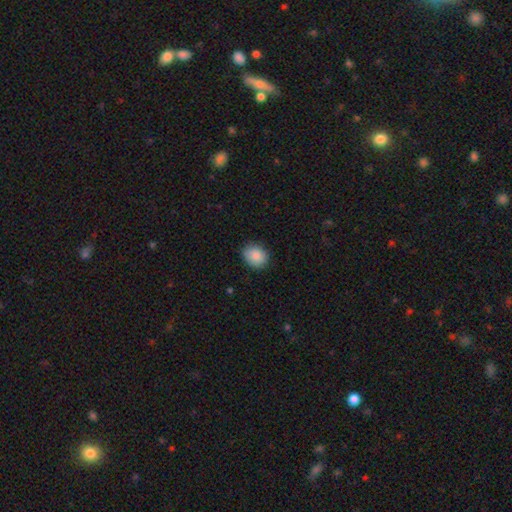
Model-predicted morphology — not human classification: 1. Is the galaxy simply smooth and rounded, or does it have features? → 88% smooth, 7% star or artifact, 5% featured or disk.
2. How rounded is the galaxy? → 55% round, 44% in between, 1% cigar-shaped.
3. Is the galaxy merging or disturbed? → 84% none, 12% minor disturbance, 2% major disturbance, 1% merger.